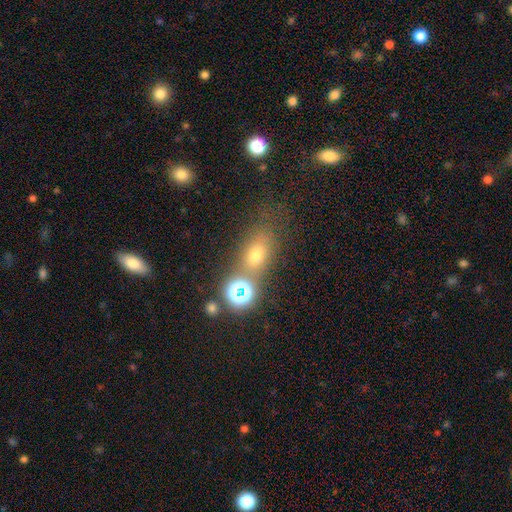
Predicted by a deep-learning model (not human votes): The model was most divided on "smooth or featured": smooth: 62%, star or artifact: 24%, featured or disk: 14%. More confident: how rounded — in between (66%); merging — none (63%).